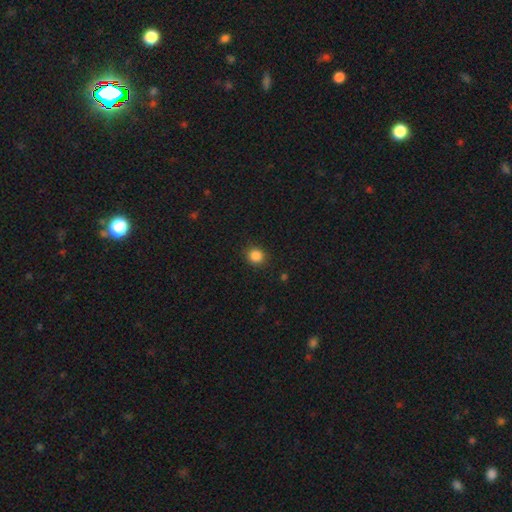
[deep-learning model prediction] The model was most divided on "smooth or featured": smooth: 85%, star or artifact: 11%, featured or disk: 3%. More confident: merging — none (89%); how rounded — round (88%).